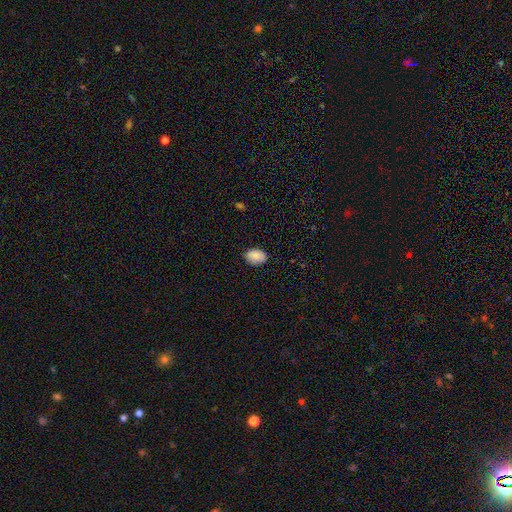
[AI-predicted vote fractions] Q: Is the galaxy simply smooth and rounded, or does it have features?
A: smooth — 89%.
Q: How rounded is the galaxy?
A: in between — 82%.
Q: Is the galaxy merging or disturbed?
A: none — 84%.